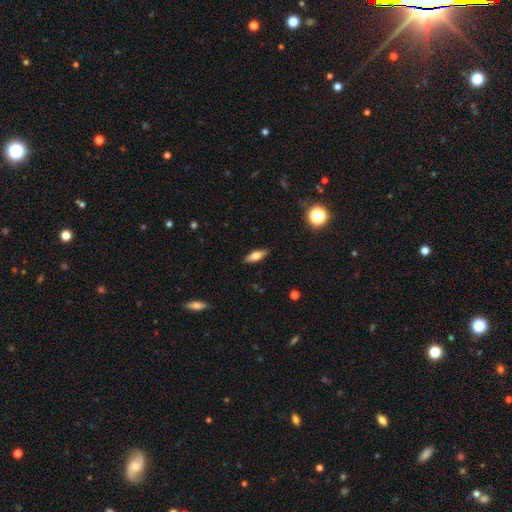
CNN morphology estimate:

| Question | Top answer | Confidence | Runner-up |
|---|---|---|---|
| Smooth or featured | smooth | 59% | featured or disk (33%) |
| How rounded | in between | 57% | cigar-shaped (40%) |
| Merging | none | 89% | minor disturbance (8%) |